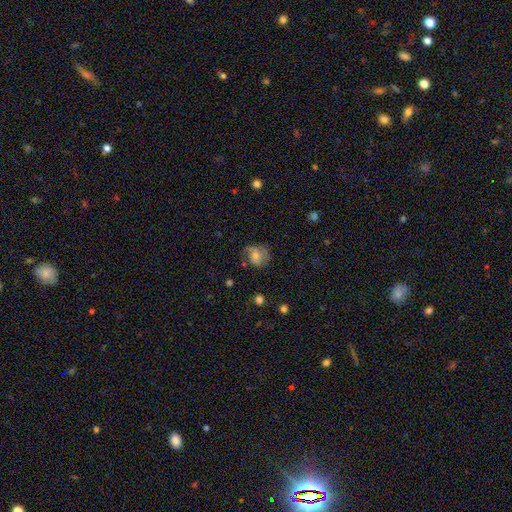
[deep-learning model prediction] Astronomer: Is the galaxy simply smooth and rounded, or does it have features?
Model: smooth — 48% (runner-up: featured or disk, 43%).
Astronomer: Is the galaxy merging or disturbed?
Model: none — 55%.